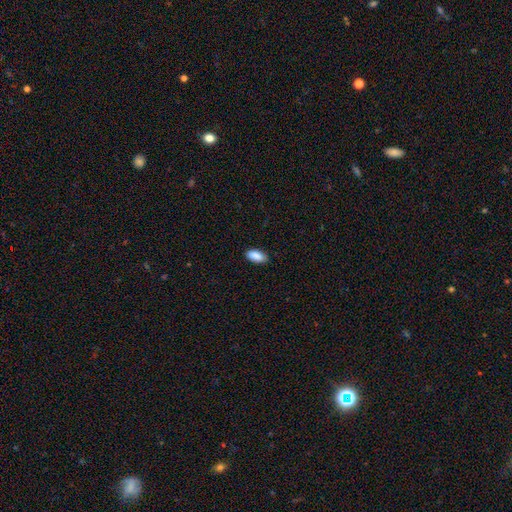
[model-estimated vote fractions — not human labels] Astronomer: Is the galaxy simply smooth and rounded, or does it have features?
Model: smooth — 90%.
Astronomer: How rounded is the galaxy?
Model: in between — 90%.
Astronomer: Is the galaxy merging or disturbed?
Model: none — 86%.